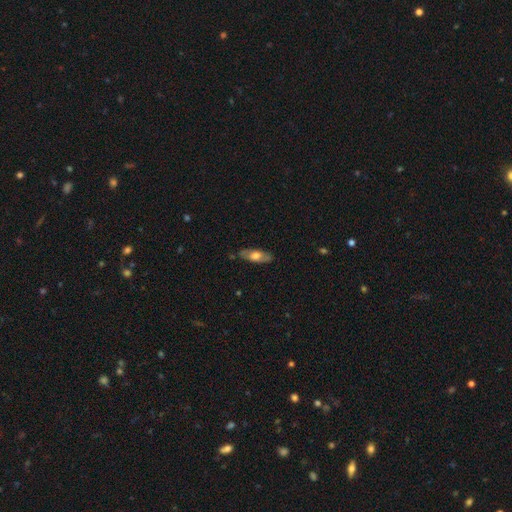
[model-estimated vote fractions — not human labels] A smooth galaxy with no disk features (55%) that is in between round and cigar-shaped (68%).

Vote fractions:
- Smooth or featured? smooth: 55% / featured or disk: 39% / star or artifact: 6%
- How rounded? in between: 68% / cigar-shaped: 29% / round: 3%
- Merging? none: 81% / minor disturbance: 15% / major disturbance: 3% / merger: 1%